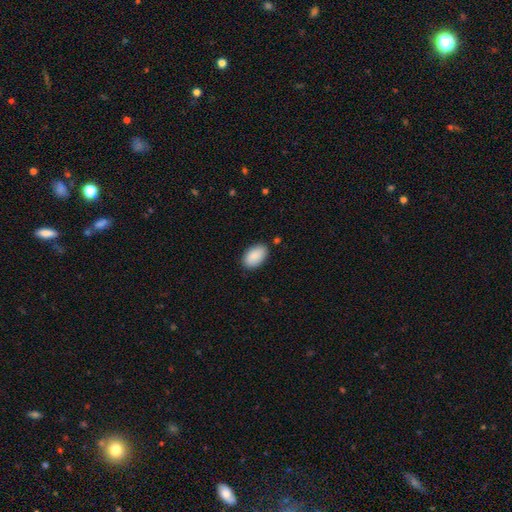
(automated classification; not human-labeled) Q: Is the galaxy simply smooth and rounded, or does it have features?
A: smooth — 90%.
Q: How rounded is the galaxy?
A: in between — 94%.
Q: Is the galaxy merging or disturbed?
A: none — 86%.